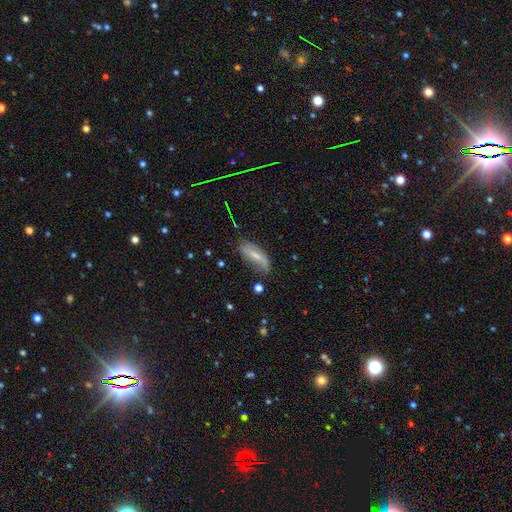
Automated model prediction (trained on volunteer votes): smooth-or-featured: smooth: 47% | featured or disk: 44% | star or artifact: 9%
  merging: none: 57% | minor disturbance: 29% | major disturbance: 11% | merger: 4%